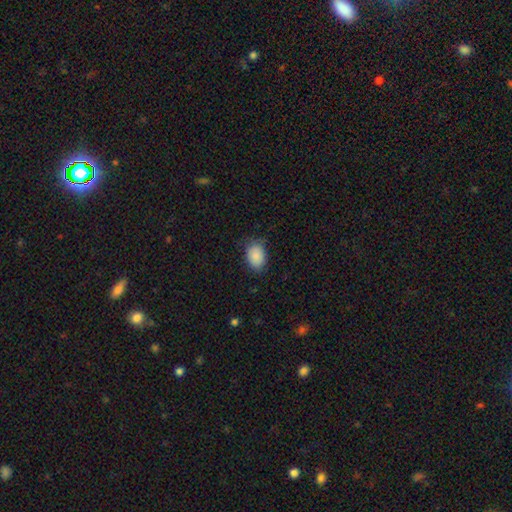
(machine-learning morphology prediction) A smooth galaxy with no disk features (88%) that is in between round and cigar-shaped (76%).

Vote fractions:
- Smooth or featured? smooth: 88% / star or artifact: 8% / featured or disk: 4%
- How rounded? in between: 76% / round: 23% / cigar-shaped: 1%
- Merging? none: 72% / minor disturbance: 22% / major disturbance: 5% / merger: 1%